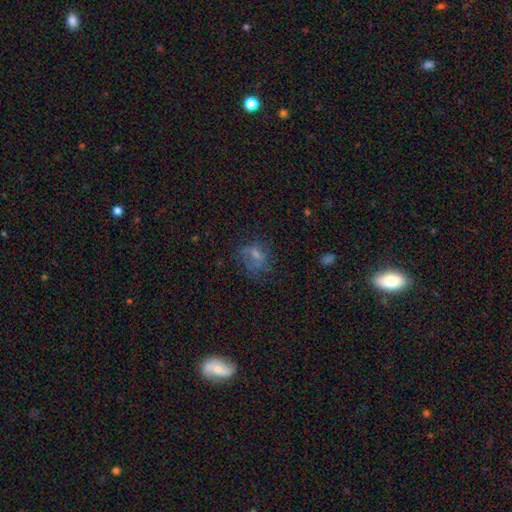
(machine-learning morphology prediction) smooth-or-featured: smooth: 46% | featured or disk: 35% | star or artifact: 19%
  merging: none: 48% | major disturbance: 27% | minor disturbance: 23% | merger: 2%